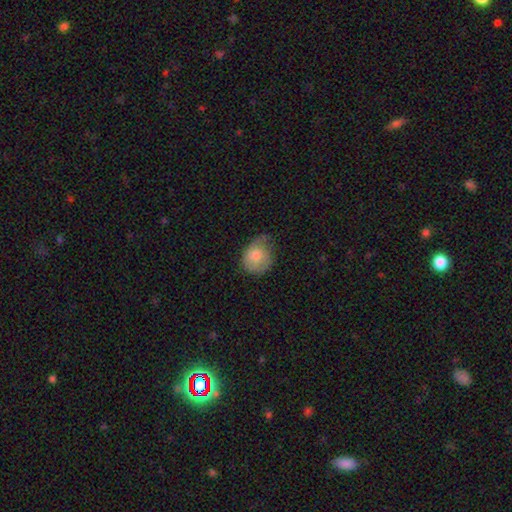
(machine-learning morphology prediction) Overall: smooth (74%). How rounded: round (65%; in between 34%). Merging: minor disturbance (42%; none 39%).